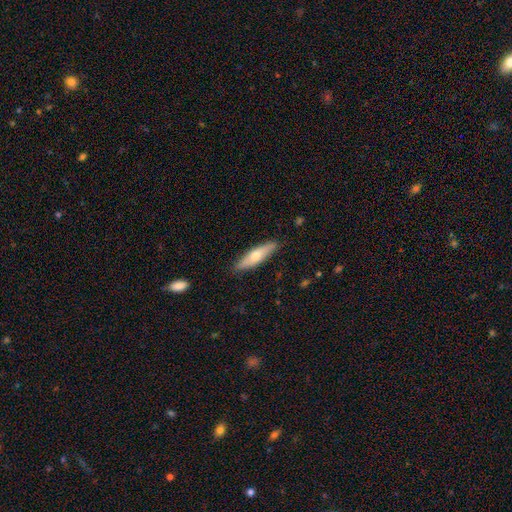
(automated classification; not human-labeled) This is possibly a smooth galaxy (60%). How rounded: likely cigar-shaped (68%). Merging: clearly none (87%).